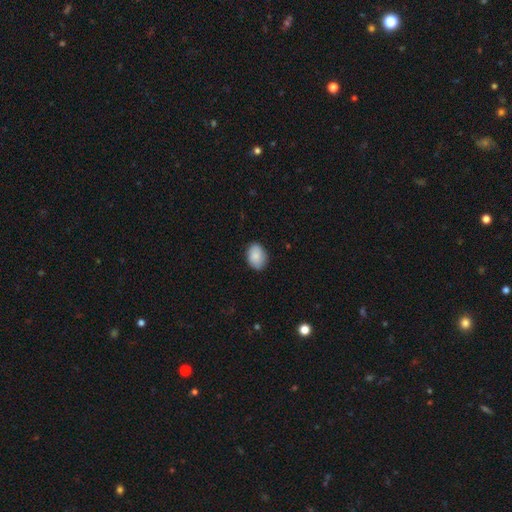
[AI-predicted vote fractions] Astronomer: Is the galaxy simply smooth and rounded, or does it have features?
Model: smooth — 86%.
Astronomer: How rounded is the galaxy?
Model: in between — 75%.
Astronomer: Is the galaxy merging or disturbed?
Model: none — 84%.